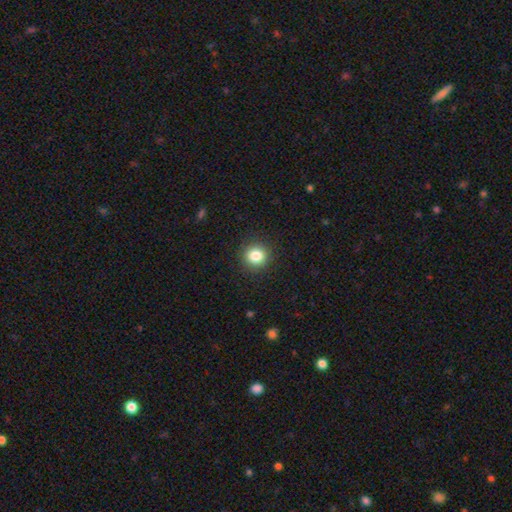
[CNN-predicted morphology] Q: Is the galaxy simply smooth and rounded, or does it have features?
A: smooth — 83%.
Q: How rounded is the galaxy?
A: round — 92%.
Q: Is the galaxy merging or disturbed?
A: none — 91%.